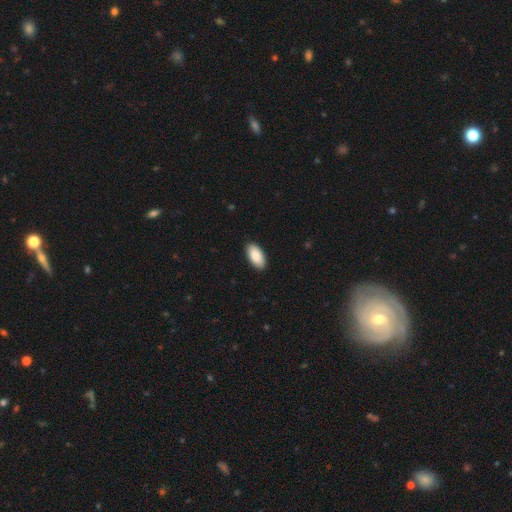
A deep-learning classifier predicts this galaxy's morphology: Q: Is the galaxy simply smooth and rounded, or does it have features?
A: smooth — 89%.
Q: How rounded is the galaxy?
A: in between — 95%.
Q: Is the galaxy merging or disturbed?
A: none — 90%.